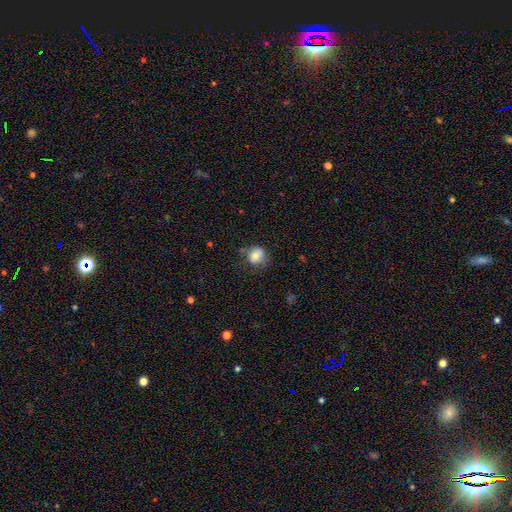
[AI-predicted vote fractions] A smooth galaxy with no disk features (79%) that is round (76%).

Vote fractions:
- Smooth or featured? smooth: 79% / featured or disk: 11% / star or artifact: 10%
- How rounded? round: 76% / in between: 23% / cigar-shaped: 1%
- Merging? none: 64% / minor disturbance: 24% / major disturbance: 8% / merger: 3%